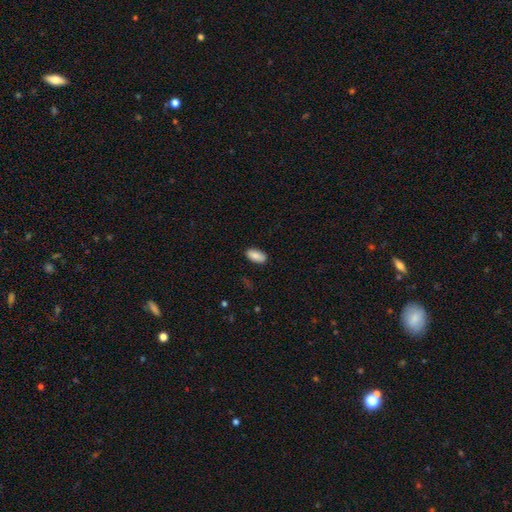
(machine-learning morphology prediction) The model was most divided on "merging": none: 86%, minor disturbance: 11%, major disturbance: 2%, merger: 1%. More confident: how rounded — in between (93%); smooth or featured — smooth (87%).